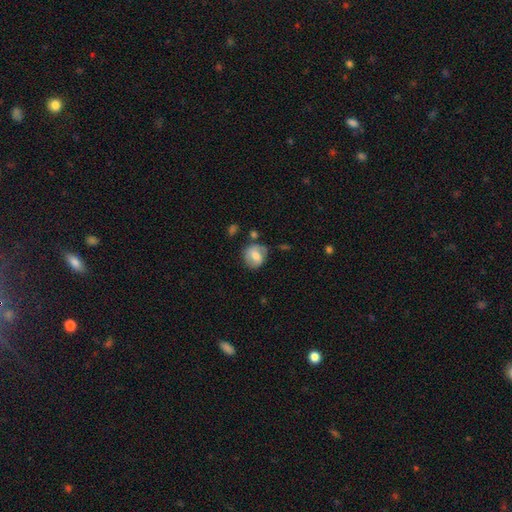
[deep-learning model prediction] This appears to be a smooth galaxy with no disk features (52%) that is round (75%). Merging: none (61%).